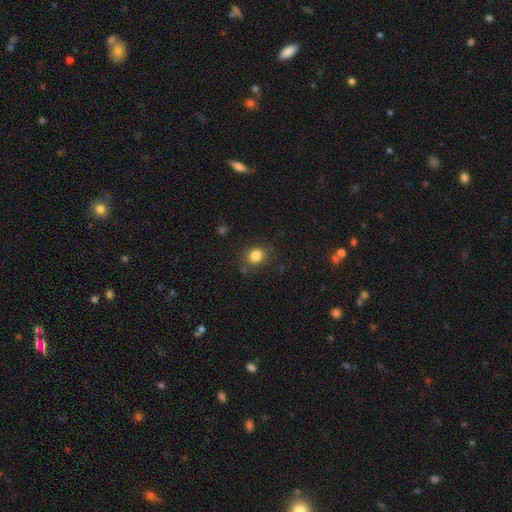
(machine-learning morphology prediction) Smooth or featured? smooth (83%)
How rounded? round (74%)
Merging? none (79%)